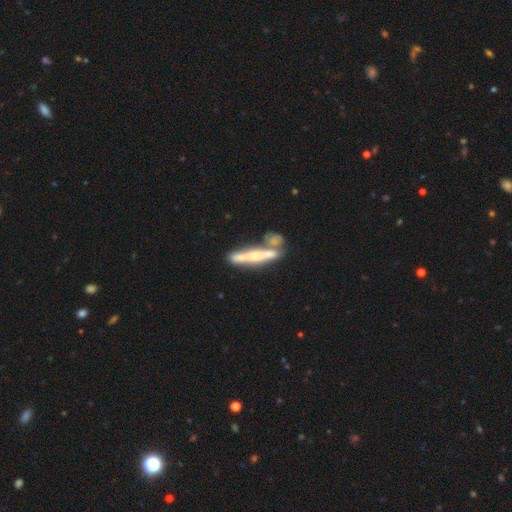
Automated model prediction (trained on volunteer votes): Morphology: type=featured or disk (59%); edge-on=yes (90%); edge-on bulge=rounded (57%); merging=none (50%).